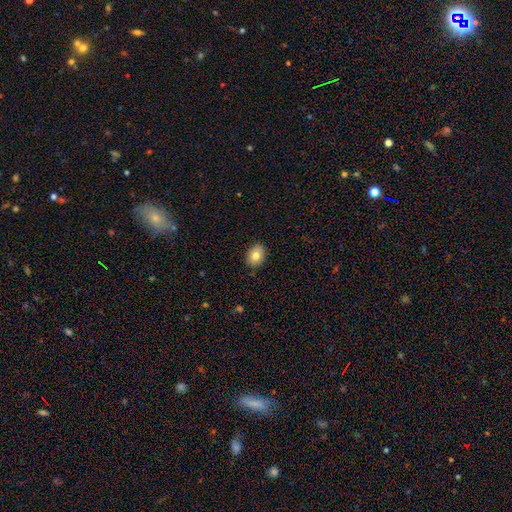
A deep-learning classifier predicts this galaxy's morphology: This is likely a smooth galaxy (79%). How rounded: likely in between (66%). Merging: clearly none (87%).